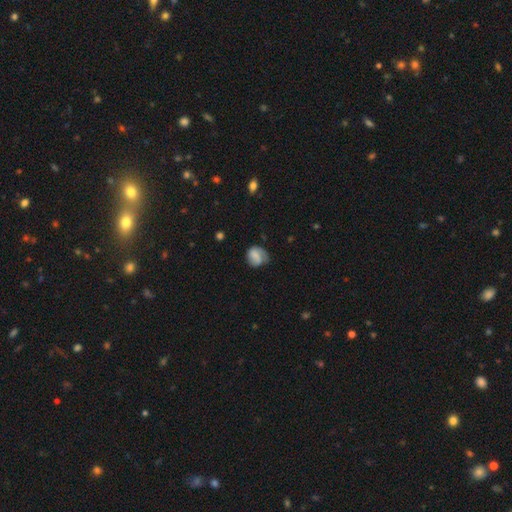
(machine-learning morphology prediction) This appears to be a smooth galaxy with no disk features (64%) that is round (65%). Merging: none (50%).